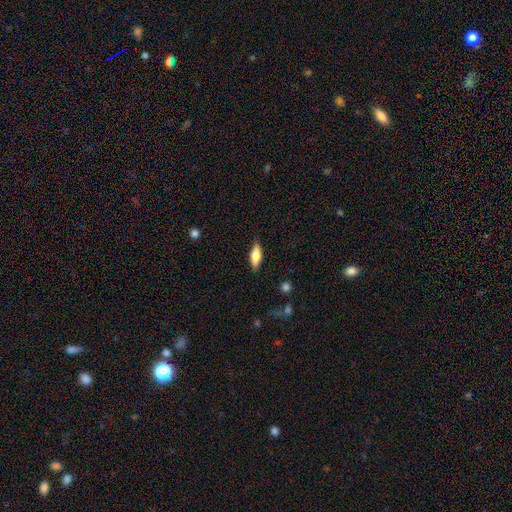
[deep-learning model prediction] Smooth or featured?
  - smooth: 64% *
  - featured or disk: 30%
  - star or artifact: 6%
How rounded?
  - in between: 61% *
  - cigar-shaped: 36%
  - round: 3%
Merging?
  - none: 84% *
  - minor disturbance: 12%
  - major disturbance: 2%
  - merger: 1%